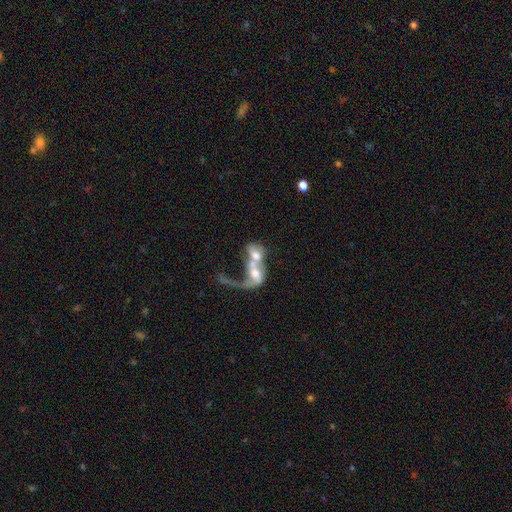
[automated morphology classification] This is possibly a featured or disk galaxy (54%). It is clearly not viewed edge-on (94%). Bar: likely no (65%). Spiral arm pattern: possibly no (50%, tied with yes). Central bulge: possibly moderate (47%). Merging: likely merger (79%).